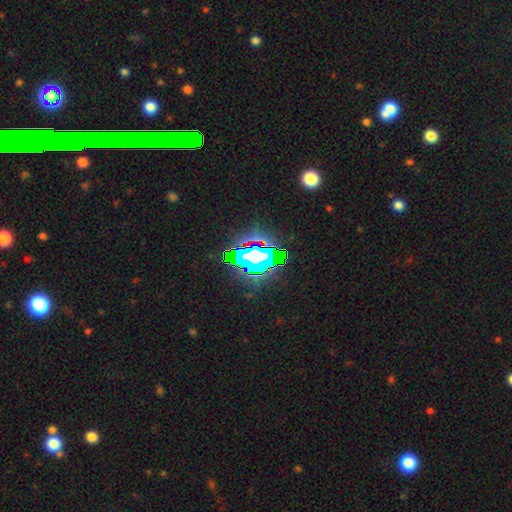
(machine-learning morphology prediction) Smooth or featured? star or artifact (68%)